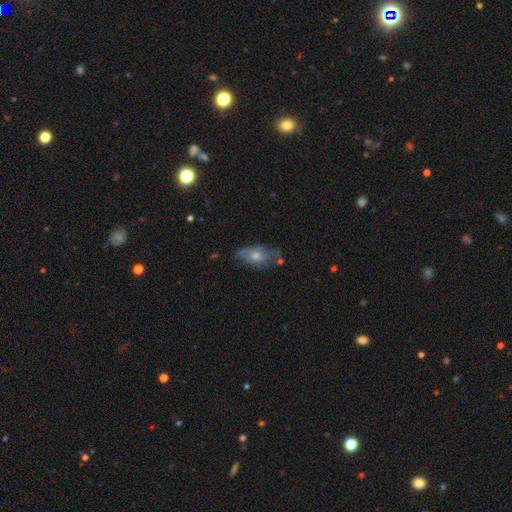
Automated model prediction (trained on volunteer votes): Smooth or featured: featured or disk — 46% (smooth — 42%)
Merging: none — 66% (minor disturbance — 23%)